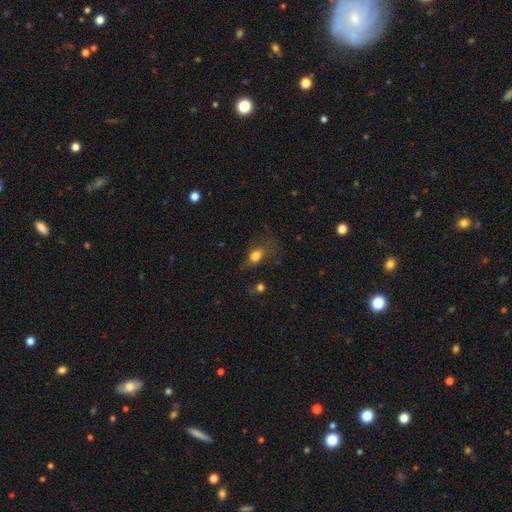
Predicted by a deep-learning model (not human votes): A smooth galaxy with no disk features (71%) that is in between round and cigar-shaped (68%).

Vote fractions:
- Smooth or featured? smooth: 71% / featured or disk: 16% / star or artifact: 13%
- How rounded? in between: 68% / round: 25% / cigar-shaped: 7%
- Merging? none: 44% / major disturbance: 28% / minor disturbance: 25% / merger: 4%